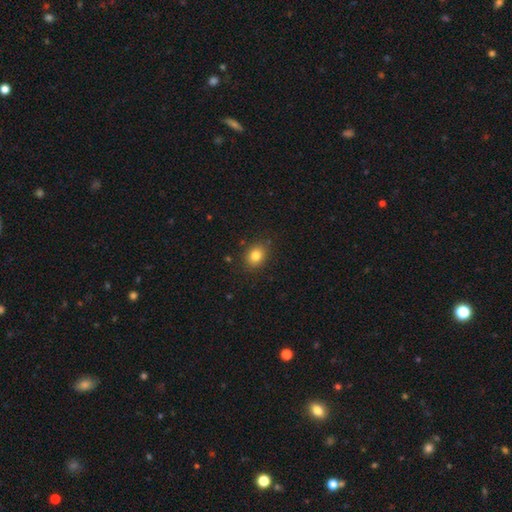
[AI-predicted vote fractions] Morphology: type=smooth (82%); roundness=round (50%); merging=none (86%).